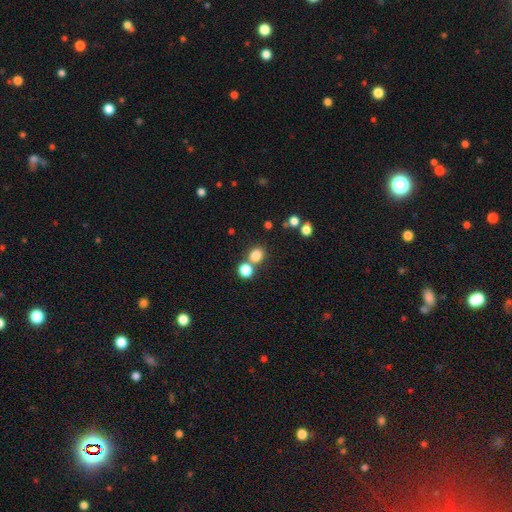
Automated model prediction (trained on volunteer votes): A smooth galaxy with no disk features (80%) that is round (72%). Merging: none (62%).